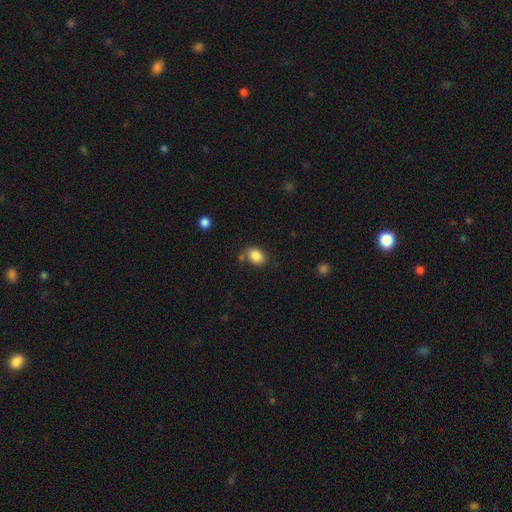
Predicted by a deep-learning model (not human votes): Smooth or featured? Predicted: smooth (p=0.86). How rounded? Predicted: in between (p=0.62). Merging? Predicted: none (p=0.74).